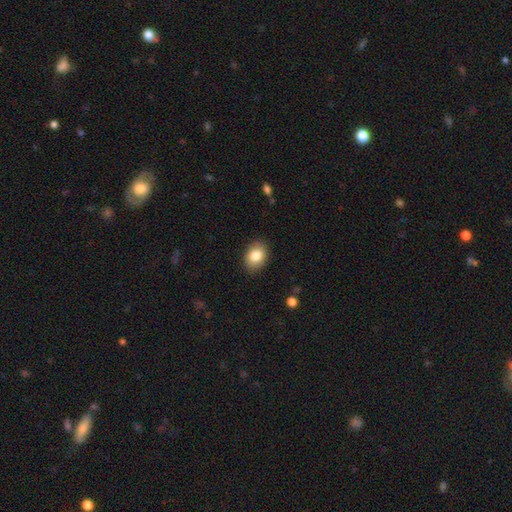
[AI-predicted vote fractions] Smooth or featured?
  - smooth: 84% *
  - featured or disk: 9%
  - star or artifact: 8%
How rounded?
  - in between: 75% *
  - round: 24%
  - cigar-shaped: 1%
Merging?
  - none: 88% *
  - minor disturbance: 9%
  - major disturbance: 2%
  - merger: 1%